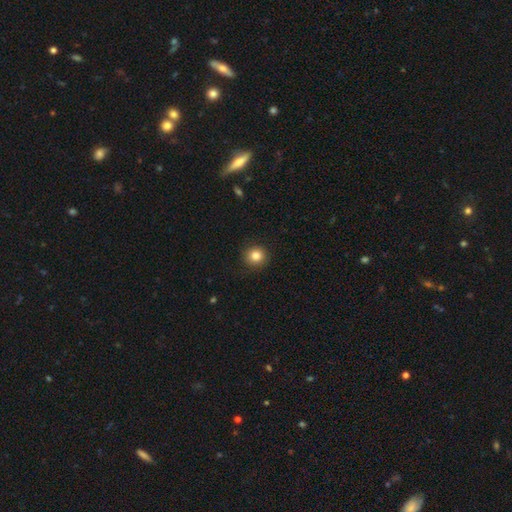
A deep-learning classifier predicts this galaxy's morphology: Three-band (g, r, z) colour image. It shows a smooth galaxy with no disk features (84%) that is round (90%). Merging: none (90%).